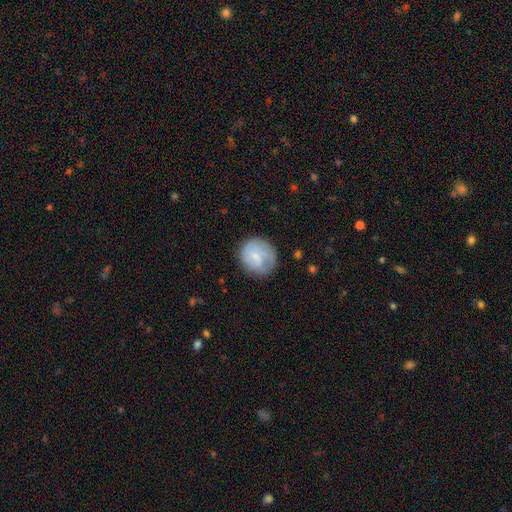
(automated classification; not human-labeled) This appears to be a smooth galaxy with no disk features (62%) that is round (84%). Merging: none (70%).